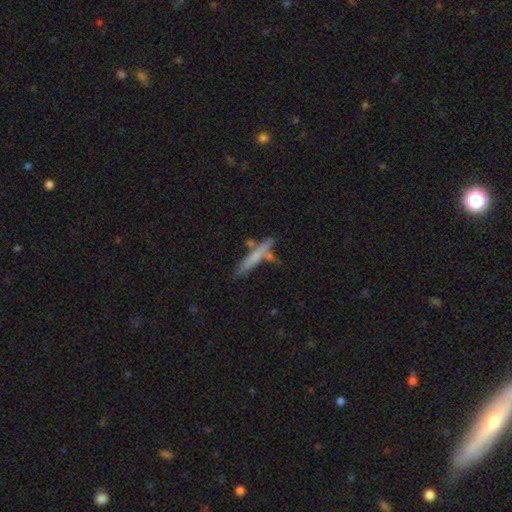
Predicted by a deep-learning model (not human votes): A smooth galaxy with no disk features (63%) that is cigar-shaped (93%). Merging: none (69%).